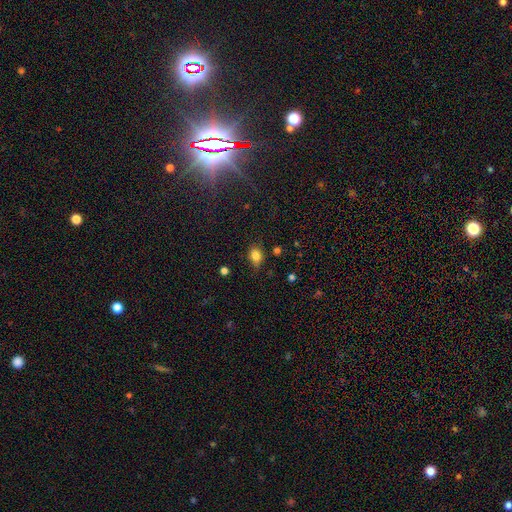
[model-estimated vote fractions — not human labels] Overall: smooth (81%). How rounded: in between (67%; round 31%). Merging: none (71%).